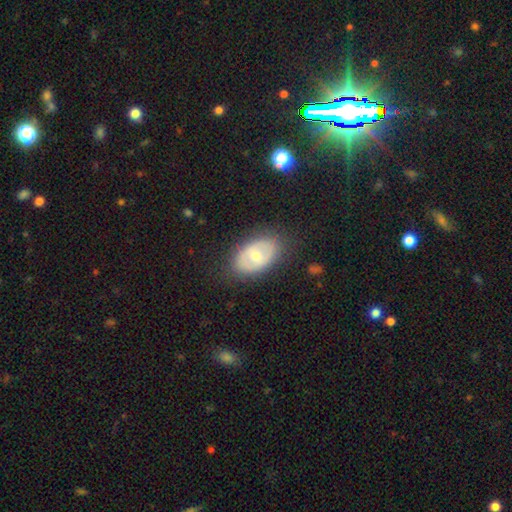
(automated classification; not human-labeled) Smooth or featured: smooth — 48% (featured or disk — 46%)
Merging: none — 79% (minor disturbance — 15%)